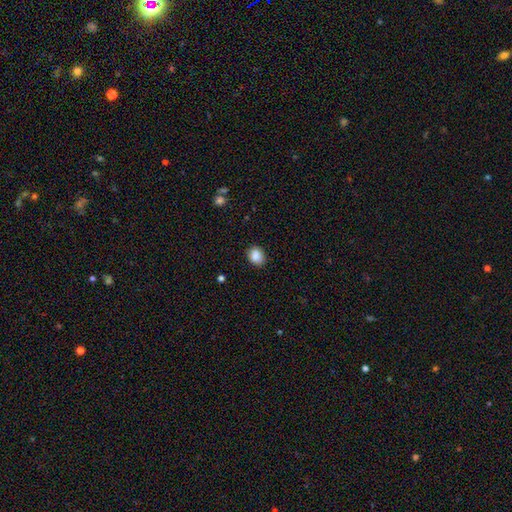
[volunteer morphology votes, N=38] smooth 89%, featured or disk 5%, star or artifact 5%. Down the decision tree: how rounded — round (56%); merging — none (89%).